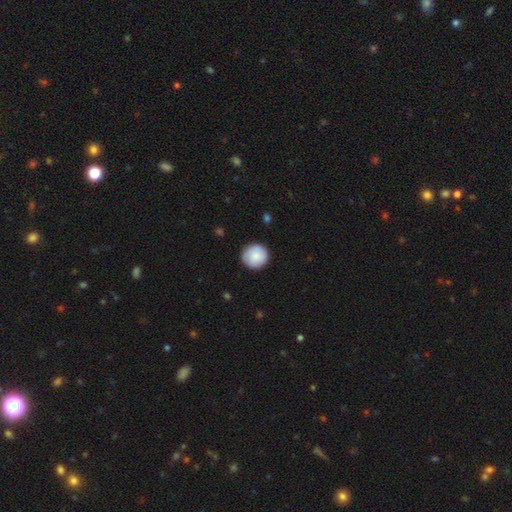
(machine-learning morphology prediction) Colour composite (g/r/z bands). It shows a smooth galaxy with no disk features (84%) that is round (94%). Merging: none (87%).